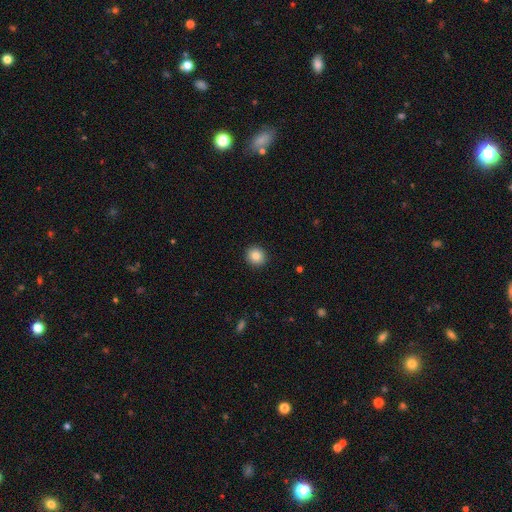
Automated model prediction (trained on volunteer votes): Smooth or featured: smooth — 85% (star or artifact — 10%)
How rounded: round — 87% (in between — 12%)
Merging: none — 92% (minor disturbance — 5%)